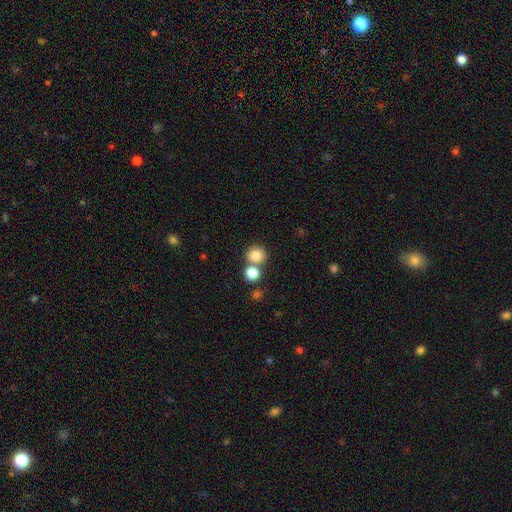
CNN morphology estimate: This appears to be a smooth galaxy with no disk features (82%) that is round (88%). Merging: none (59%).